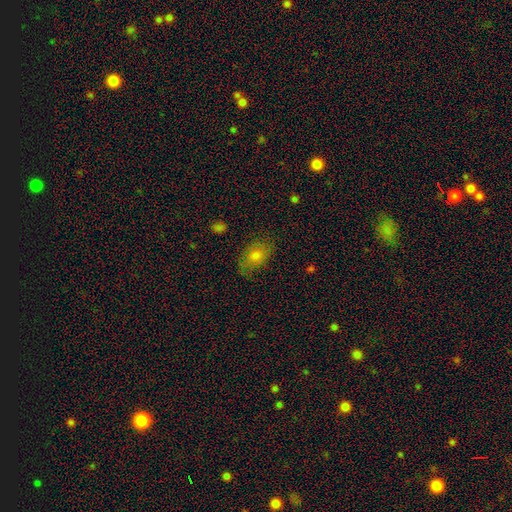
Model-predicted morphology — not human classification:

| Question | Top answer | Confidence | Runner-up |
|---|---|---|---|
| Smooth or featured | smooth | 76% | featured or disk (13%) |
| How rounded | in between | 84% | round (14%) |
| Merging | none | 77% | minor disturbance (18%) |